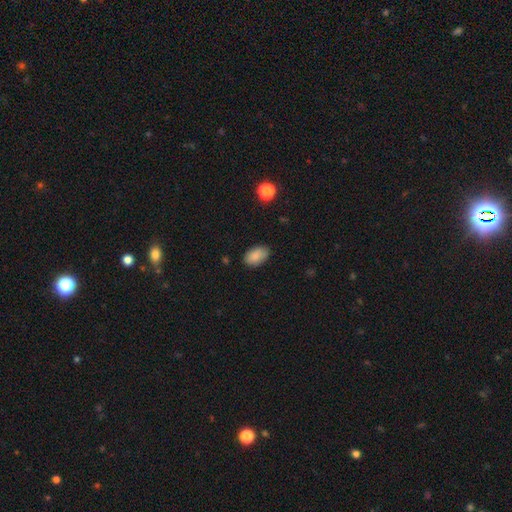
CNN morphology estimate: This appears to be a smooth galaxy with no disk features (87%) that is in between round and cigar-shaped (92%). Merging: none (83%).